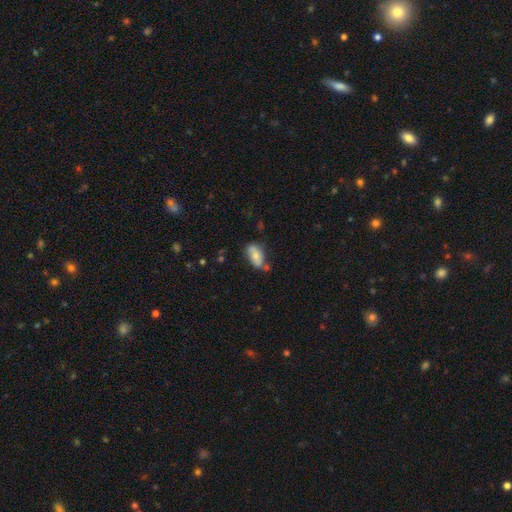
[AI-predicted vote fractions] Q: Smooth or featured?
A: smooth (63%); runner-up: featured or disk (29%)
Q: How rounded?
A: in between (90%); runner-up: cigar-shaped (5%)
Q: Merging?
A: none (52%); runner-up: minor disturbance (29%)